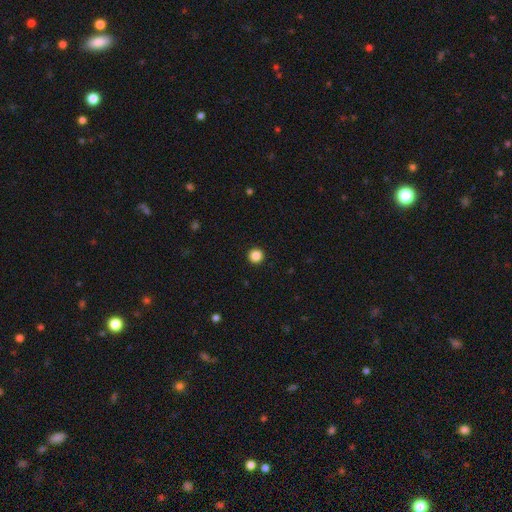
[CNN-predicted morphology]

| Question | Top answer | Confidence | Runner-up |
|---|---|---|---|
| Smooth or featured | smooth | 87% | star or artifact (11%) |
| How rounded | round | 97% | in between (2%) |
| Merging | none | 94% | minor disturbance (3%) |